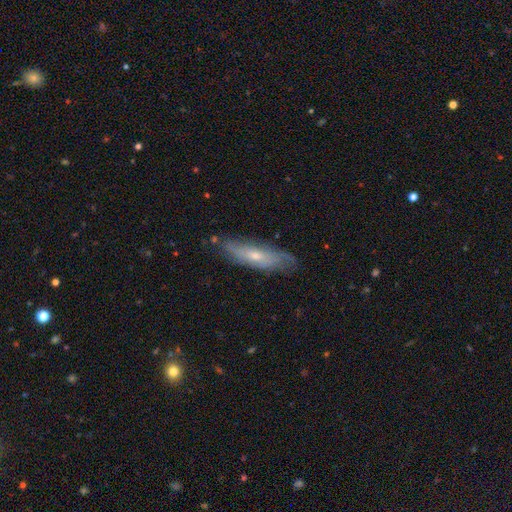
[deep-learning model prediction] This appears to be a featured or disk galaxy (55%). Merging: none (75%).